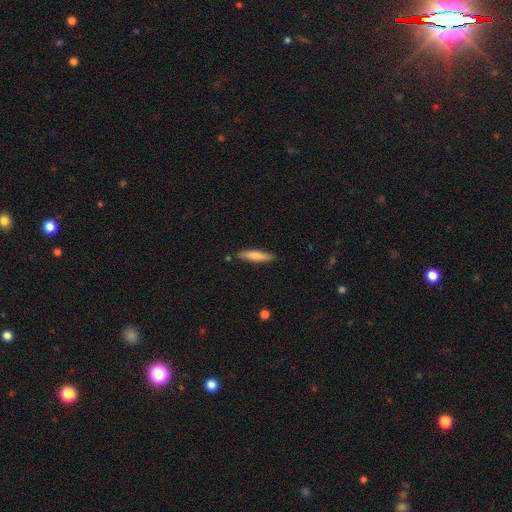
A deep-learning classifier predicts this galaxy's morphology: Smooth or featured? smooth (69%)
How rounded? cigar-shaped (84%)
Merging? none (85%)